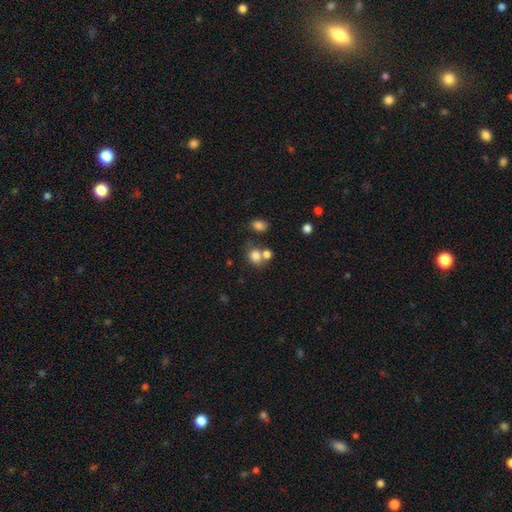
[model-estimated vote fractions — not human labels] Smooth or featured?
  - smooth: 78% *
  - star or artifact: 13%
  - featured or disk: 9%
How rounded?
  - round: 69% *
  - in between: 30%
  - cigar-shaped: 1%
Merging?
  - none: 49% *
  - merger: 35%
  - minor disturbance: 11%
  - major disturbance: 5%